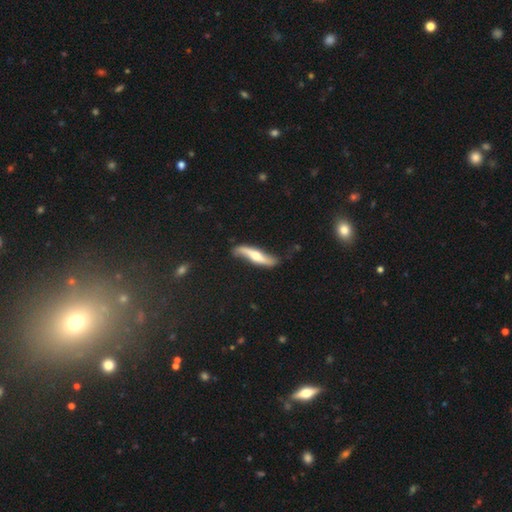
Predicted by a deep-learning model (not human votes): Overall: featured or disk (73%). Edge-on disk: yes (51%; no 49%). Merging: none (68%).